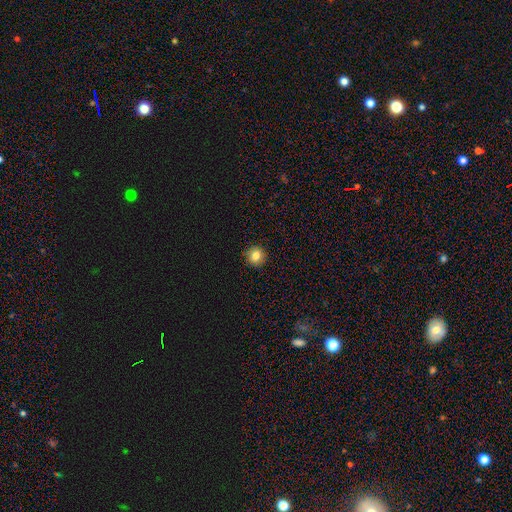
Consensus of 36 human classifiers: Volunteers were most divided on "smooth or featured": smooth: 83%, featured or disk: 14%, star or artifact: 3%. More confident: how rounded — round (93%); merging — none (89%).